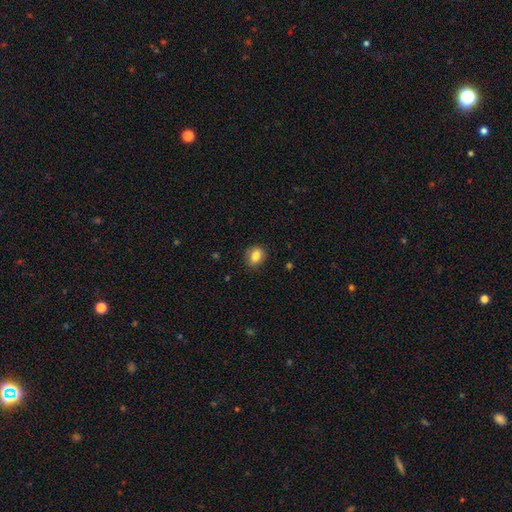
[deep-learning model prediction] Smooth or featured: smooth — 84% (star or artifact — 9%)
How rounded: in between — 50% (round — 49%)
Merging: none — 85% (minor disturbance — 11%)